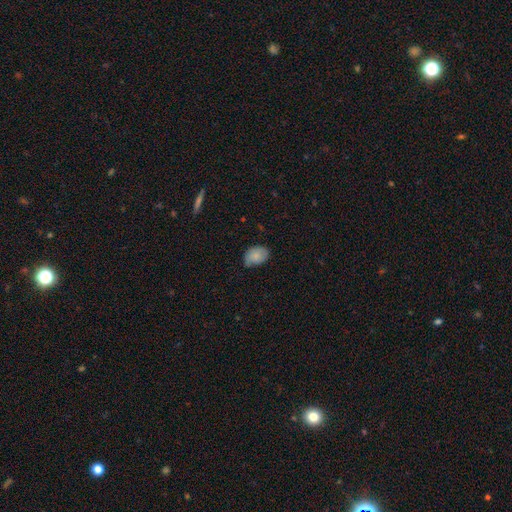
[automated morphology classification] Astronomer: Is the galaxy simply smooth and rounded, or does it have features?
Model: smooth — 79%.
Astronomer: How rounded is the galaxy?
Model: in between — 82%.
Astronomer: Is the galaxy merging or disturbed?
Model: none — 59%.